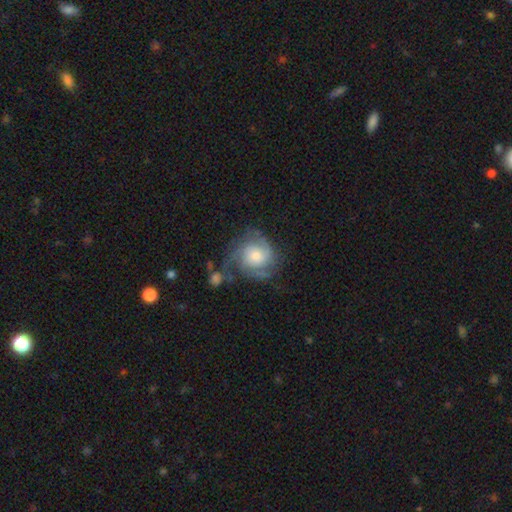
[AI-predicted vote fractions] Smooth or featured? Predicted: featured or disk (p=0.74). Edge-on disk? Predicted: no (p=0.98). Bar? Predicted: no (p=0.76). Spiral arms? Predicted: yes (p=0.92). Spiral winding? Predicted: tight (p=0.53). Spiral arm count? Predicted: 2 (p=0.29). Bulge size? Predicted: moderate (p=0.54). Merging? Predicted: none (p=0.57).